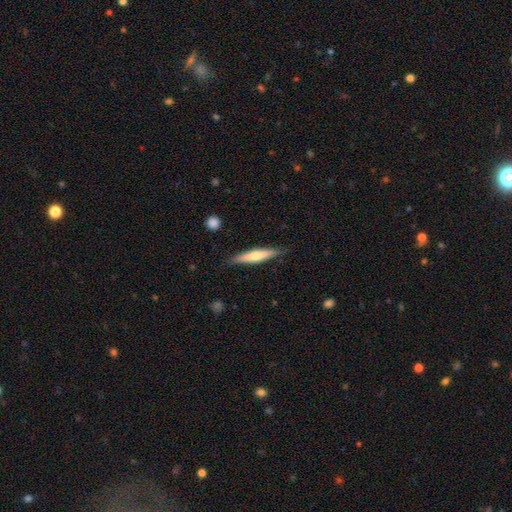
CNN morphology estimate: This is possibly a smooth galaxy (53%). How rounded: clearly cigar-shaped (86%). Merging: clearly none (85%).